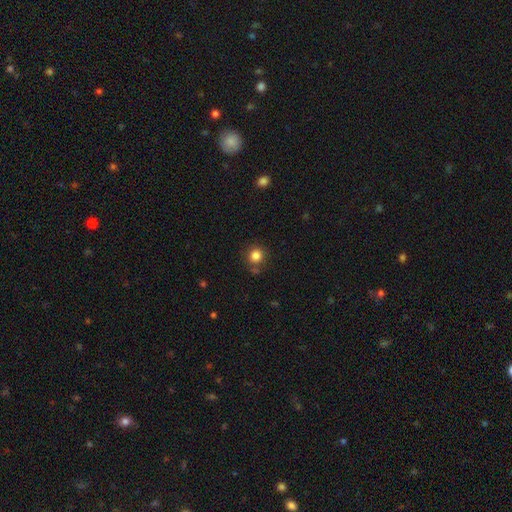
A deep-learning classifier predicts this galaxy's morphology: Q: Smooth or featured?
A: smooth (83%); runner-up: star or artifact (12%)
Q: How rounded?
A: round (89%); runner-up: in between (10%)
Q: Merging?
A: none (78%); runner-up: minor disturbance (12%)